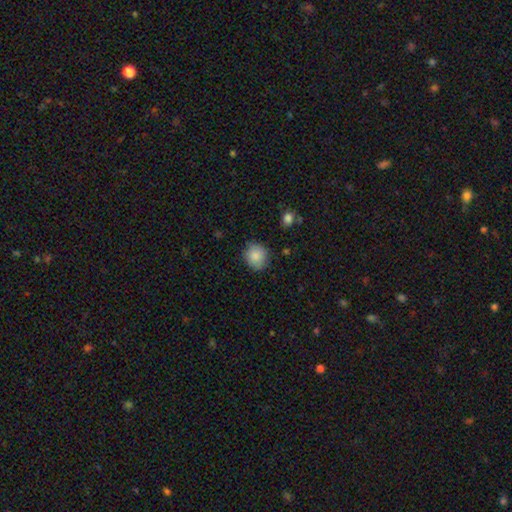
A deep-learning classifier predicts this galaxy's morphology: A smooth galaxy with no disk features (87%) that is round (84%).

Vote fractions:
- Smooth or featured? smooth: 87% / star or artifact: 8% / featured or disk: 5%
- How rounded? round: 84% / in between: 15% / cigar-shaped: 1%
- Merging? none: 83% / minor disturbance: 13% / major disturbance: 3% / merger: 1%